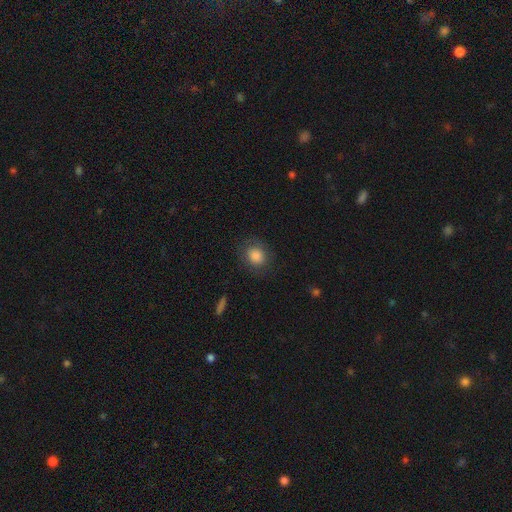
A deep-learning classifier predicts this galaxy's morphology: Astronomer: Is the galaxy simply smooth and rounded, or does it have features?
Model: smooth — 82%.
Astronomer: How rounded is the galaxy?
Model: round — 66%.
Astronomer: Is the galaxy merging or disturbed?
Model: none — 80%.